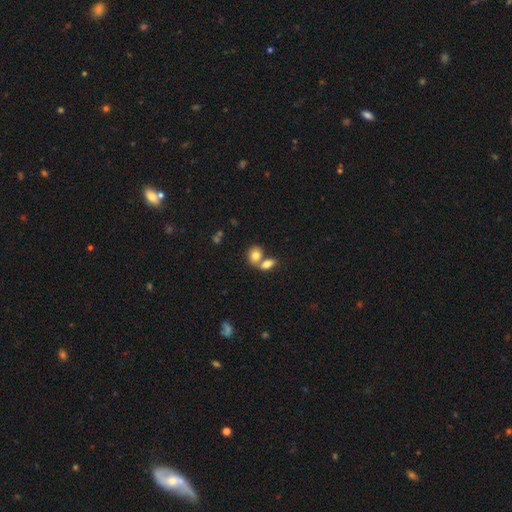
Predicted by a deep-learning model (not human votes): This appears to be a smooth galaxy with no disk features (80%) that is in between round and cigar-shaped (53%). Merging: merger (51%).